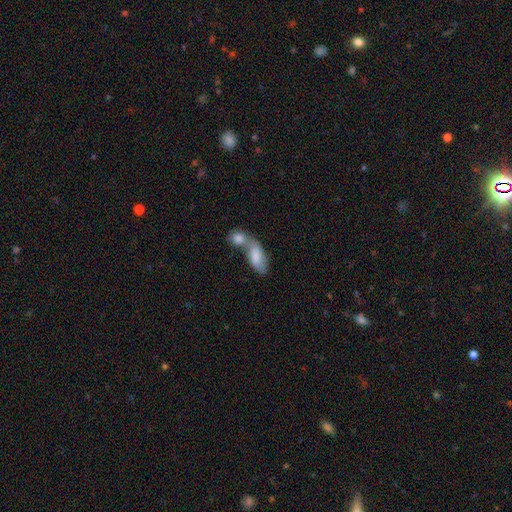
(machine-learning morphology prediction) A smooth galaxy with no disk features (79%) that is in between round and cigar-shaped (87%).

Vote fractions:
- Smooth or featured? smooth: 79% / featured or disk: 15% / star or artifact: 6%
- How rounded? in between: 87% / cigar-shaped: 10% / round: 4%
- Merging? merger: 65% / none: 21% / minor disturbance: 9% / major disturbance: 5%